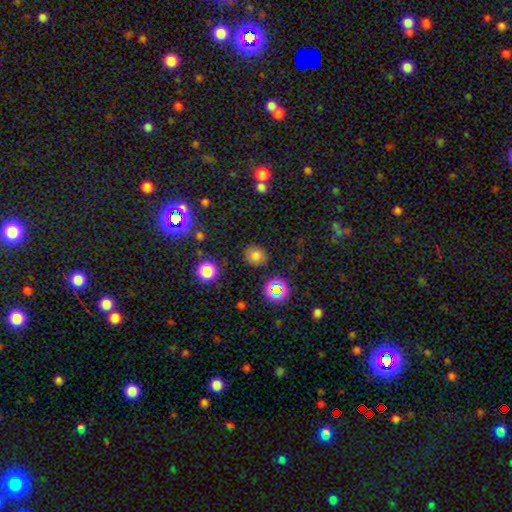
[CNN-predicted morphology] Overall: smooth (73%). How rounded: round (81%). Merging: none (84%).